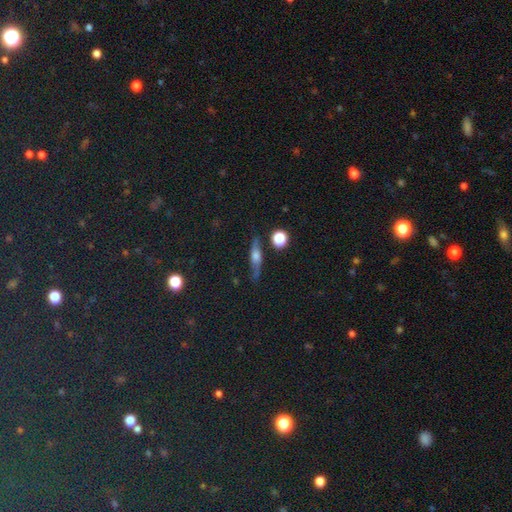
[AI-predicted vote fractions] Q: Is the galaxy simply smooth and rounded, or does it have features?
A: featured or disk — 51%.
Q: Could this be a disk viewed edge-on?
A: yes — 80%.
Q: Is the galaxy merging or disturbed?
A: none — 75%.